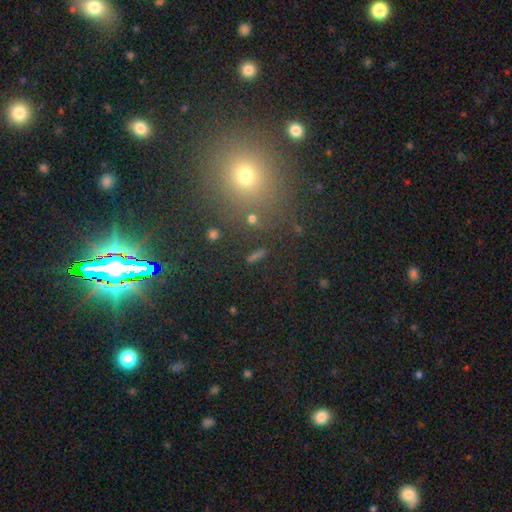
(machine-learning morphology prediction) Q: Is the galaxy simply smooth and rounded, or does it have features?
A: smooth — 47%.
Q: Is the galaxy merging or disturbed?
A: none — 83%.